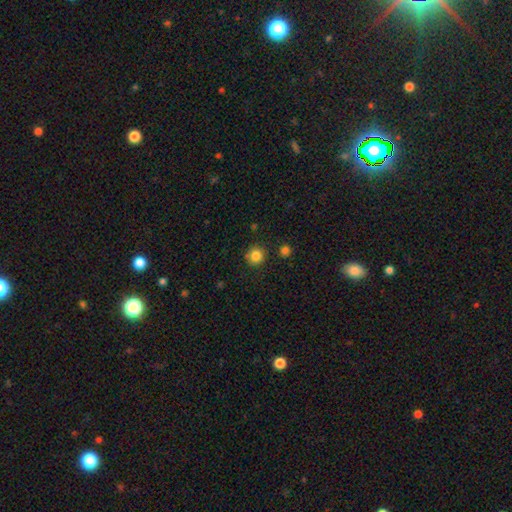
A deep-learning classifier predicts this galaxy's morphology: Smooth or featured? Predicted: smooth (p=0.84). How rounded? Predicted: round (p=0.93). Merging? Predicted: none (p=0.86).